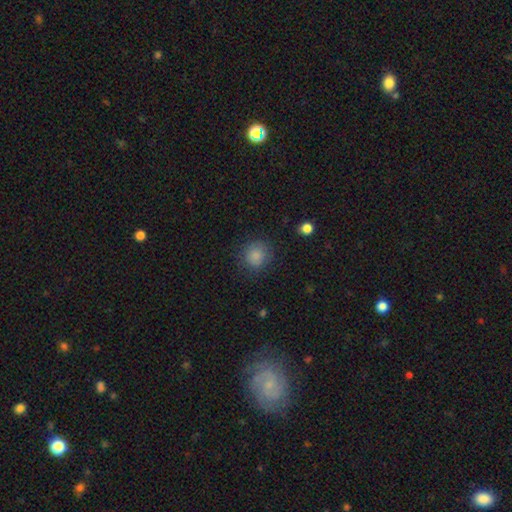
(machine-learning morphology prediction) Q: Smooth or featured?
A: smooth (84%); runner-up: star or artifact (10%)
Q: How rounded?
A: round (87%); runner-up: in between (12%)
Q: Merging?
A: none (80%); runner-up: minor disturbance (13%)